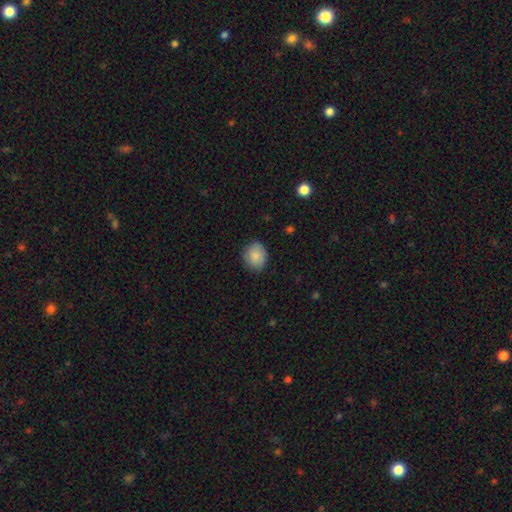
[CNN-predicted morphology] The model was most divided on "how rounded": round: 62%, in between: 37%, cigar-shaped: 1%. More confident: smooth or featured — smooth (87%); merging — none (84%).